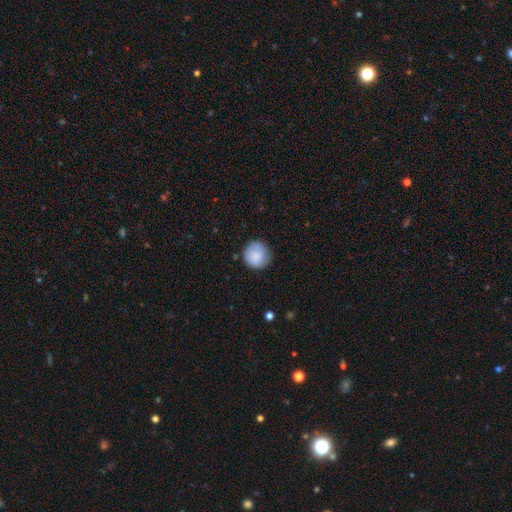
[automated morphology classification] A smooth galaxy with no disk features (86%) that is round (92%).

Vote fractions:
- Smooth or featured? smooth: 86% / featured or disk: 7% / star or artifact: 7%
- How rounded? round: 92% / in between: 7% / cigar-shaped: 1%
- Merging? none: 81% / minor disturbance: 15% / major disturbance: 3% / merger: 1%